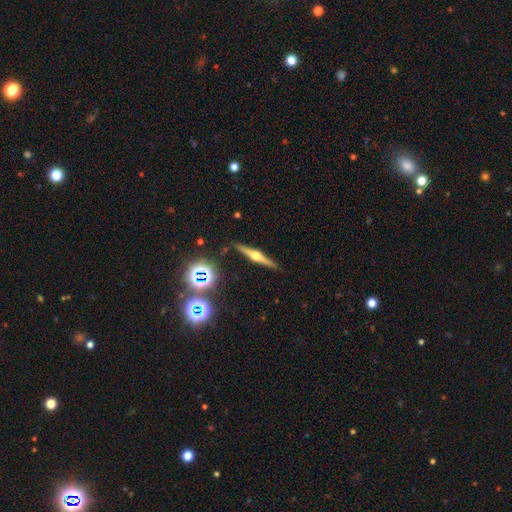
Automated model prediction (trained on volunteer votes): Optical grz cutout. It shows a featured or disk galaxy (75%) viewed edge-on (98%) with a rounded central bulge (94%). Merging: none (90%).